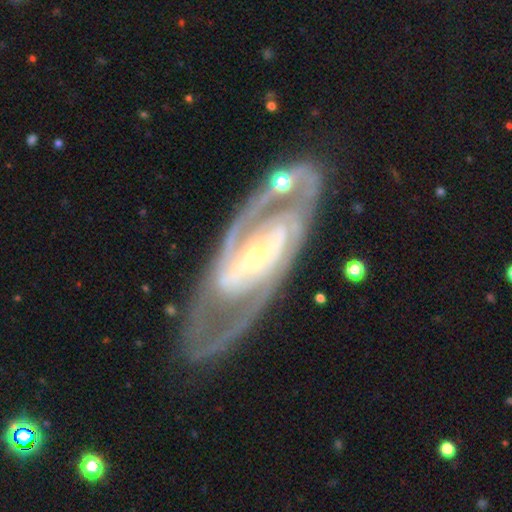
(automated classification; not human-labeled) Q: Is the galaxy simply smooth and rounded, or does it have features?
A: featured or disk — 90%.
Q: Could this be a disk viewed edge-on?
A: no — 93%.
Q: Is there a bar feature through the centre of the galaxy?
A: strong — 51%.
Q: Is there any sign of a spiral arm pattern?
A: yes — 95%.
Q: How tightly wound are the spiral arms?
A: tight — 46%.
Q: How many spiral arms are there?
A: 2 — 81%.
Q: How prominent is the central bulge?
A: small — 73%.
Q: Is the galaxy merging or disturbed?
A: none — 73%.